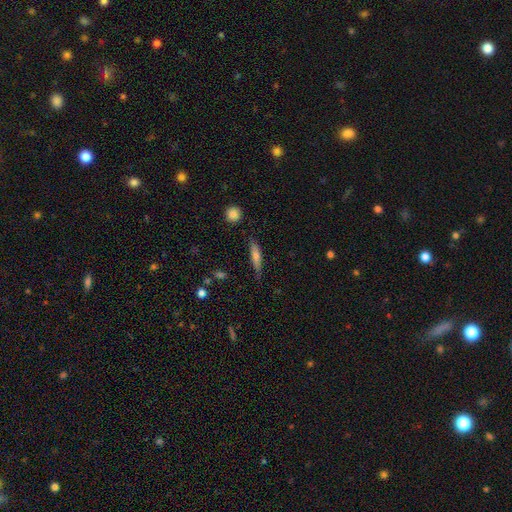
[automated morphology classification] Smooth or featured?
  - smooth: 61% *
  - featured or disk: 31%
  - star or artifact: 8%
How rounded?
  - cigar-shaped: 79% *
  - in between: 18%
  - round: 3%
Merging?
  - none: 76% *
  - minor disturbance: 17%
  - major disturbance: 4%
  - merger: 2%